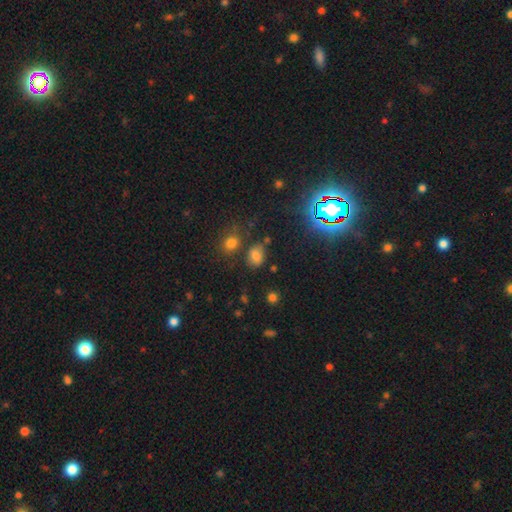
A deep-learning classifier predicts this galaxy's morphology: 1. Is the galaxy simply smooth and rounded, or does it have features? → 68% smooth, 23% star or artifact, 9% featured or disk.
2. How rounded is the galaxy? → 66% in between, 33% round, 2% cigar-shaped.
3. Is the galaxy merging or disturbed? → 65% none, 18% minor disturbance, 10% merger, 7% major disturbance.